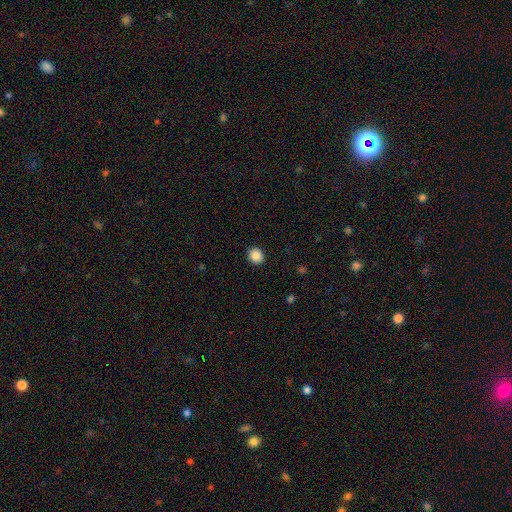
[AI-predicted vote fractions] This is clearly a smooth galaxy (87%). How rounded: likely round (80%). Merging: clearly none (91%).